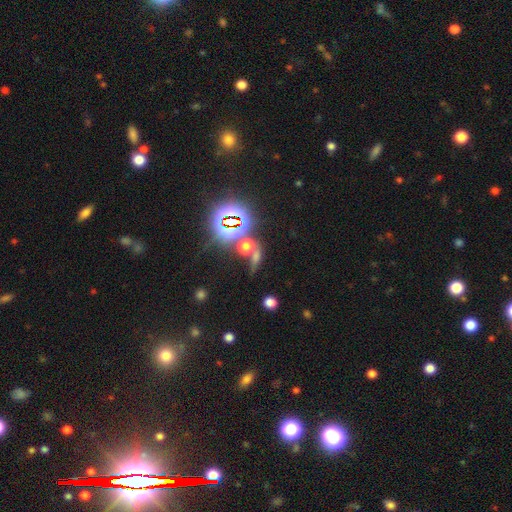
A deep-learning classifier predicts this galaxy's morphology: Smooth or featured: star or artifact — 54% (smooth — 31%)